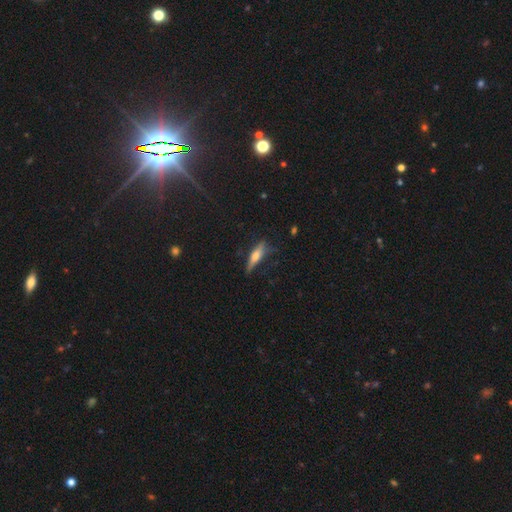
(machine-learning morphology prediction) Q: Smooth or featured?
A: smooth (52%); runner-up: featured or disk (40%)
Q: How rounded?
A: cigar-shaped (73%); runner-up: in between (25%)
Q: Merging?
A: none (66%); runner-up: minor disturbance (24%)